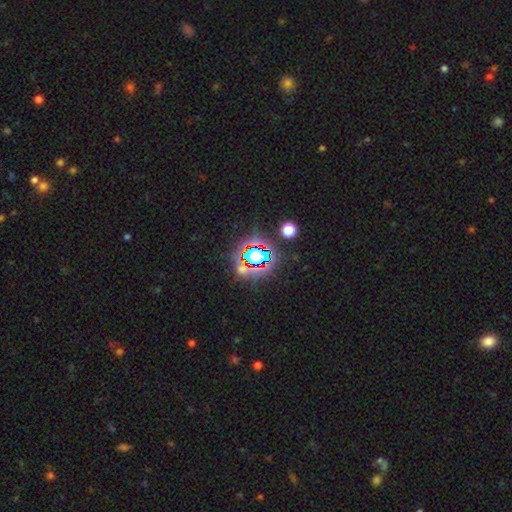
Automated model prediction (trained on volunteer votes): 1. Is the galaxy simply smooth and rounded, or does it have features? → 69% star or artifact, 19% smooth, 12% featured or disk.